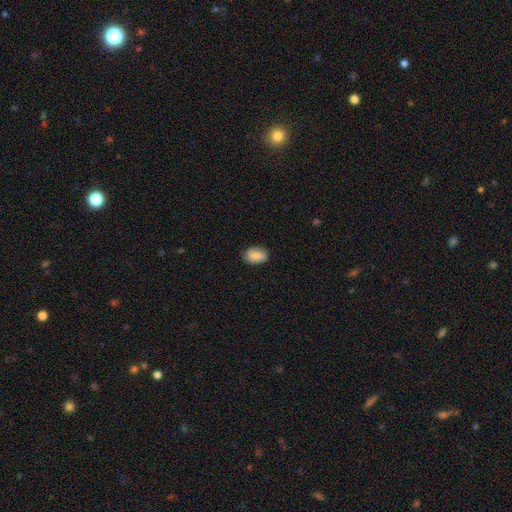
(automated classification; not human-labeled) Overall: smooth (83%). How rounded: in between (85%). Merging: none (77%).